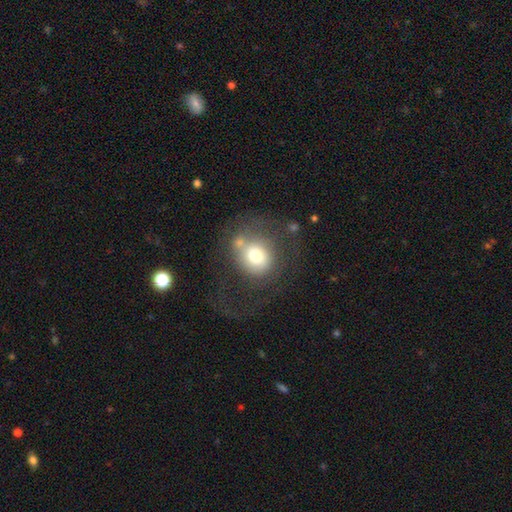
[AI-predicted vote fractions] Smooth or featured?
  - smooth: 66% *
  - featured or disk: 23%
  - star or artifact: 11%
How rounded?
  - round: 79% *
  - in between: 20%
  - cigar-shaped: 1%
Merging?
  - none: 47% *
  - major disturbance: 22%
  - minor disturbance: 18%
  - merger: 12%